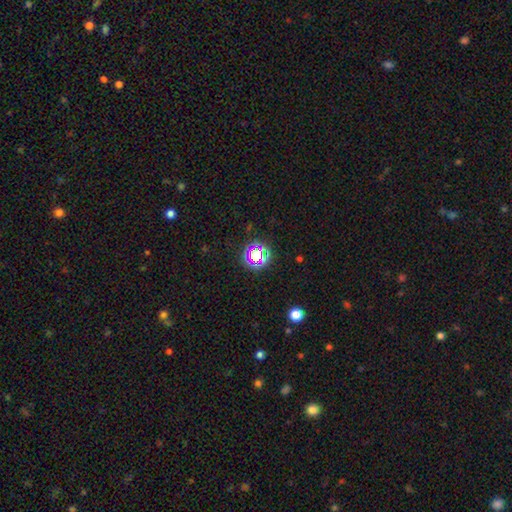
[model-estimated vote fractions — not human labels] This appears to be a star or artifact, not a galaxy (66%).